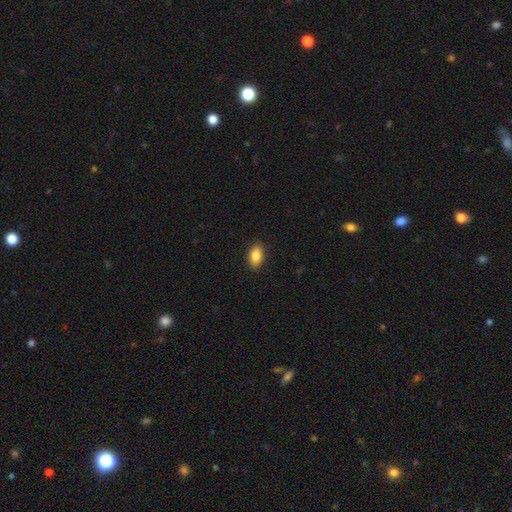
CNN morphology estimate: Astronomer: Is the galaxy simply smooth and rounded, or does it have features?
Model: smooth — 84%.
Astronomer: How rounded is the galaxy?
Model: in between — 90%.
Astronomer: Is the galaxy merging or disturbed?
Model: none — 89%.